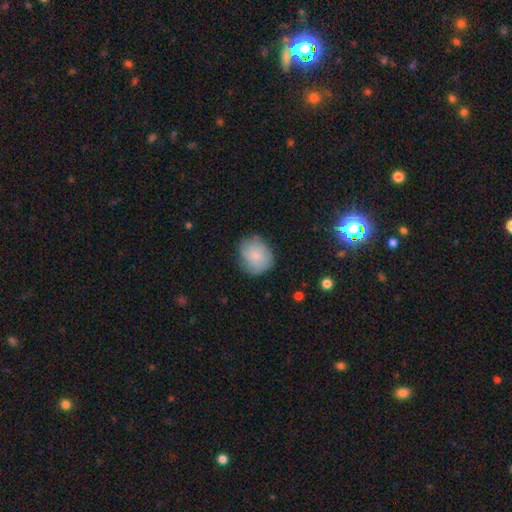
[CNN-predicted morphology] Smooth or featured? Predicted: smooth (p=0.79). How rounded? Predicted: round (p=0.67). Merging? Predicted: none (p=0.71).